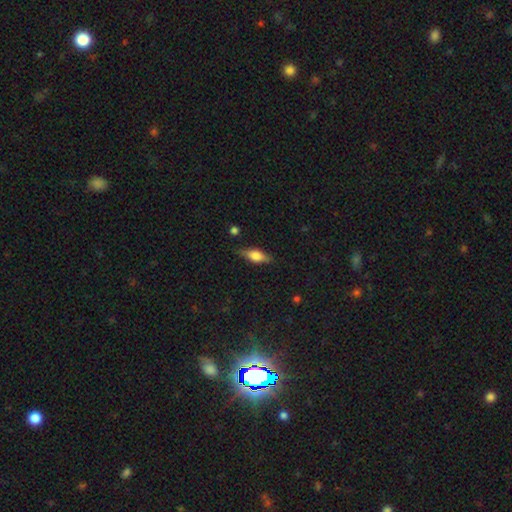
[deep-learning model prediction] Q: Smooth or featured?
A: smooth (57%); runner-up: featured or disk (35%)
Q: How rounded?
A: in between (66%); runner-up: cigar-shaped (29%)
Q: Merging?
A: none (81%); runner-up: minor disturbance (14%)